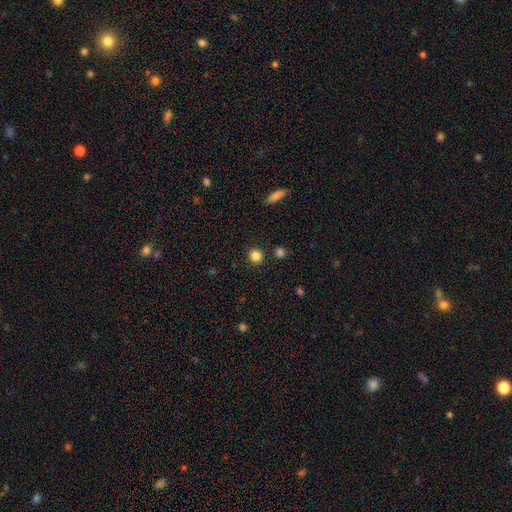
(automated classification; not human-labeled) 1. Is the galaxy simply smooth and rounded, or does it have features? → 84% smooth, 12% star or artifact, 4% featured or disk.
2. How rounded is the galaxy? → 93% round, 6% in between, 1% cigar-shaped.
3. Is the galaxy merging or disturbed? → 90% none, 6% minor disturbance, 3% merger, 2% major disturbance.